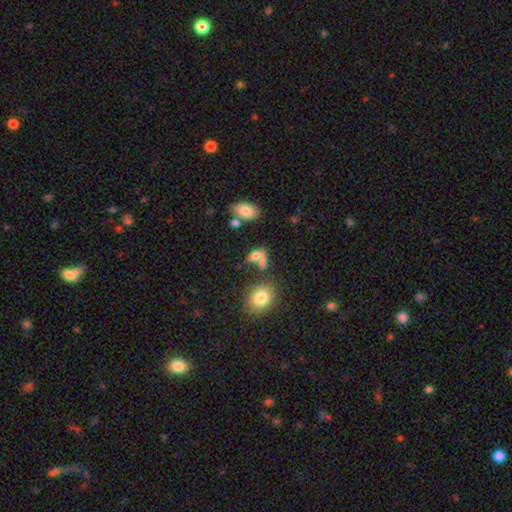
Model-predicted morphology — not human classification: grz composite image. It shows a smooth galaxy with no disk features (71%) that is in between round and cigar-shaped (77%). Merging: none (37%, tied with merger).